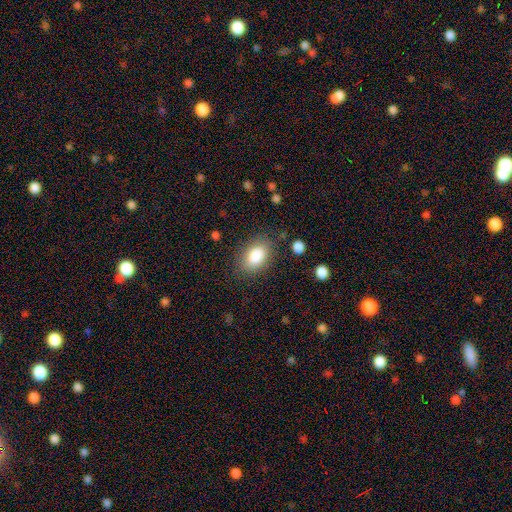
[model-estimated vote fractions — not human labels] A smooth galaxy with no disk features (86%) that is in between round and cigar-shaped (84%).

Vote fractions:
- Smooth or featured? smooth: 86% / star or artifact: 8% / featured or disk: 6%
- How rounded? in between: 84% / round: 14% / cigar-shaped: 1%
- Merging? none: 80% / minor disturbance: 13% / major disturbance: 5% / merger: 2%